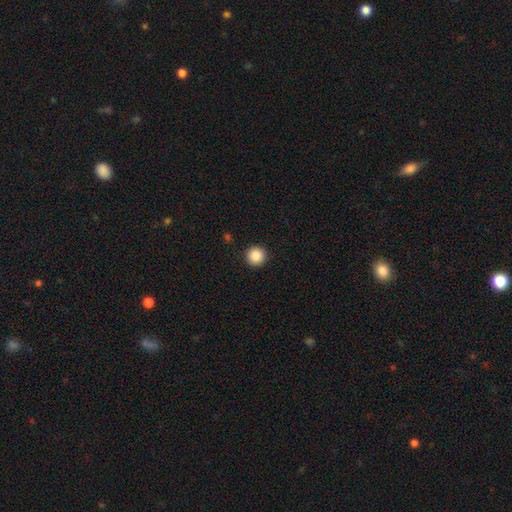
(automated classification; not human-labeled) Smooth or featured: smooth — 88% (star or artifact — 9%)
How rounded: round — 96% (in between — 3%)
Merging: none — 93% (minor disturbance — 4%)